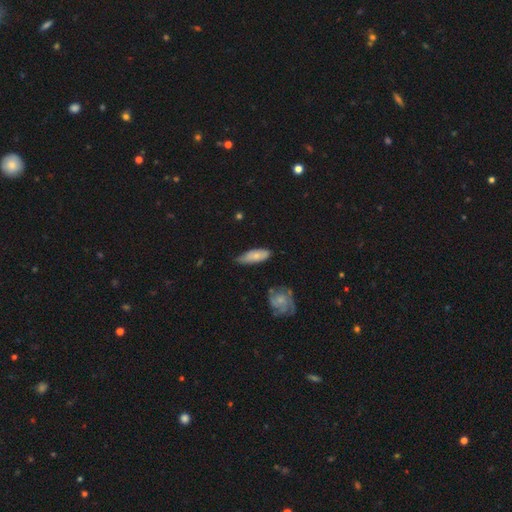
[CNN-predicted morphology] This is likely a smooth galaxy (66%). How rounded: likely in between (68%). Merging: possibly none (53%).